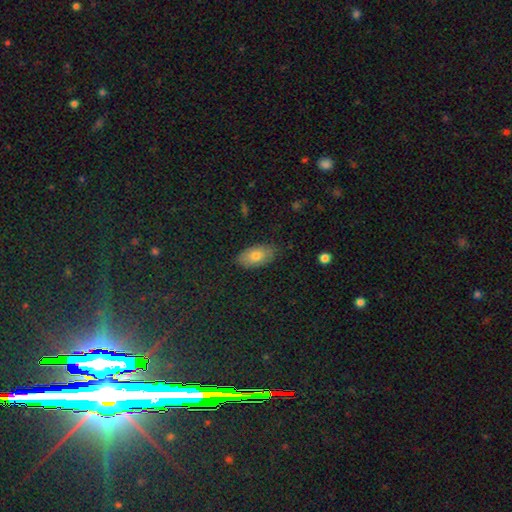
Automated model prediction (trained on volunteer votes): smooth-or-featured: smooth: 77% | featured or disk: 15% | star or artifact: 8%
  how-rounded: in between: 92% | round: 4% | cigar-shaped: 3%
  merging: none: 82% | minor disturbance: 14% | major disturbance: 3% | merger: 1%